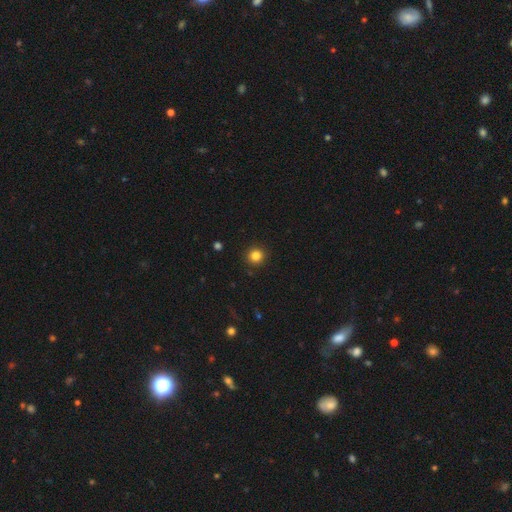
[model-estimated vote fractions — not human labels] smooth_or_featured: smooth (p=0.83) [alt: star or artifact p=0.12]
how_rounded: round (p=0.94) [alt: in between p=0.05]
merging: none (p=0.93) [alt: minor disturbance p=0.05]